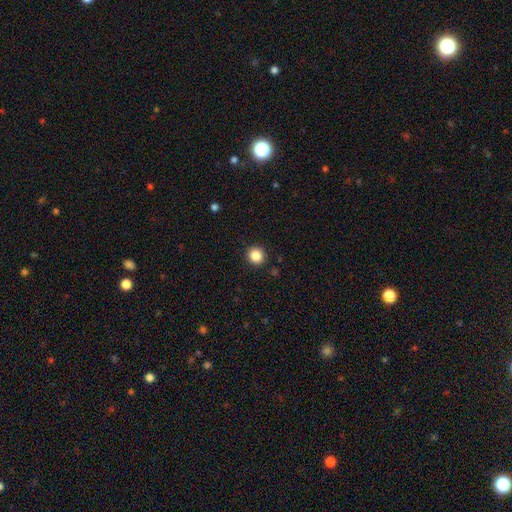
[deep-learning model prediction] The model was most divided on "smooth or featured": smooth: 85%, star or artifact: 11%, featured or disk: 4%. More confident: merging — none (92%); how rounded — round (92%).